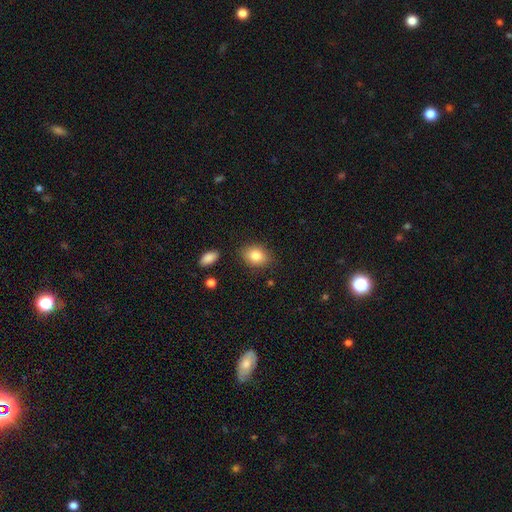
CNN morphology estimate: Smooth or featured?
  - smooth: 83% *
  - star or artifact: 9%
  - featured or disk: 8%
How rounded?
  - in between: 66% *
  - round: 33%
  - cigar-shaped: 1%
Merging?
  - none: 83% *
  - minor disturbance: 12%
  - major disturbance: 3%
  - merger: 2%